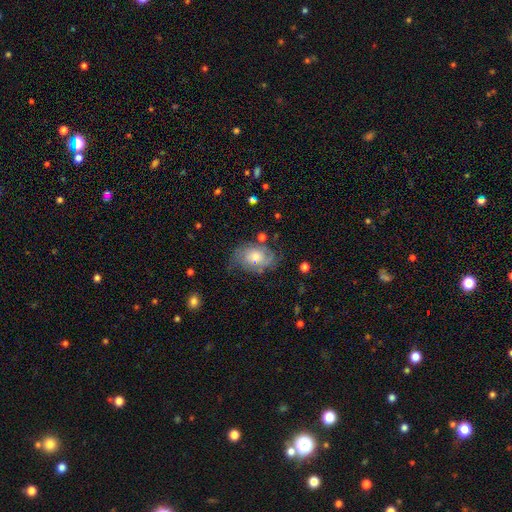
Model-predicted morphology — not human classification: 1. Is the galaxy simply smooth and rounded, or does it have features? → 58% featured or disk, 34% smooth, 8% star or artifact.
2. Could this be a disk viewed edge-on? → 96% no, 4% yes.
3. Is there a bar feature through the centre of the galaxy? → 74% no, 23% weak, 3% strong.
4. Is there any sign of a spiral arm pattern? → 83% yes, 17% no.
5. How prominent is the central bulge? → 46% moderate, 28% small, 15% large, 8% none, 2% dominant.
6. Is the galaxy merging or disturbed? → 58% none, 26% minor disturbance, 13% major disturbance, 3% merger.